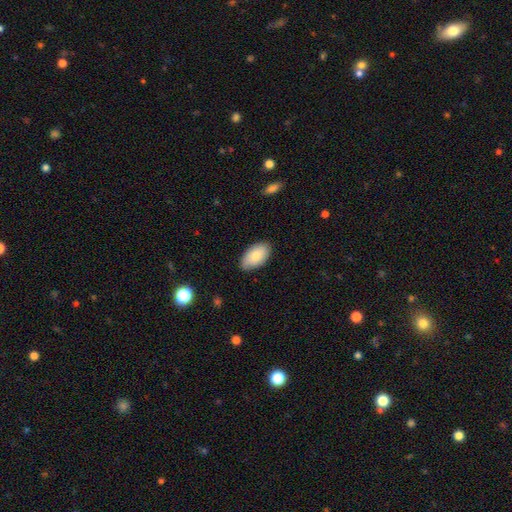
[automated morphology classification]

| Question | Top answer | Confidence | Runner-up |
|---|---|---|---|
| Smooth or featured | smooth | 80% | featured or disk (14%) |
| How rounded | in between | 95% | round (4%) |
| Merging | none | 81% | minor disturbance (16%) |